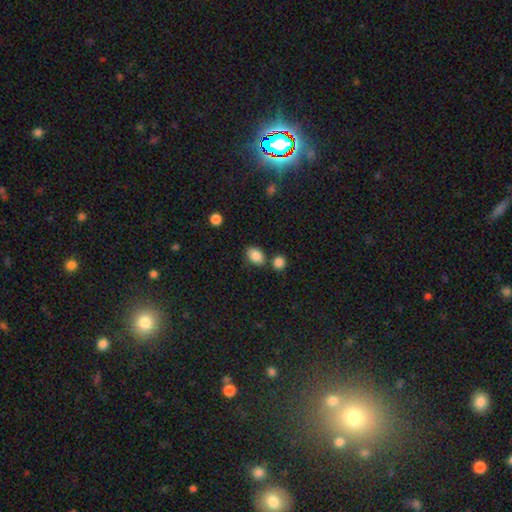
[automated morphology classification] Overall: smooth (87%). How rounded: in between (81%). Merging: none (69%).